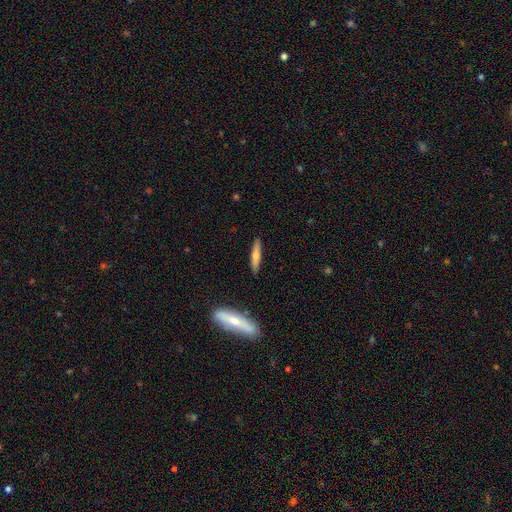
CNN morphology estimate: Smooth or featured? smooth (59%)
How rounded? cigar-shaped (87%)
Merging? none (88%)